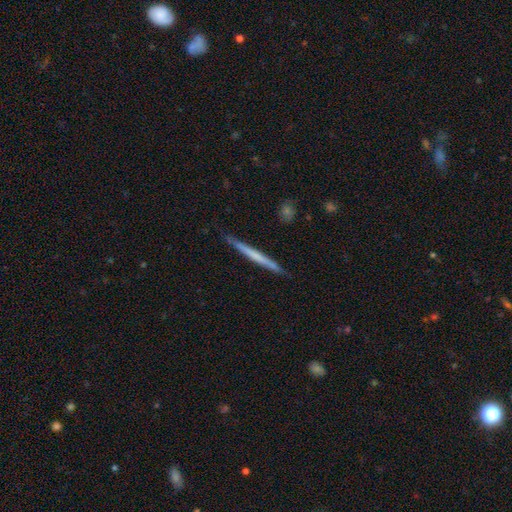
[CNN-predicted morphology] Smooth or featured: smooth — 47% (tied with featured or disk — 47%)
Merging: none — 88% (minor disturbance — 9%)